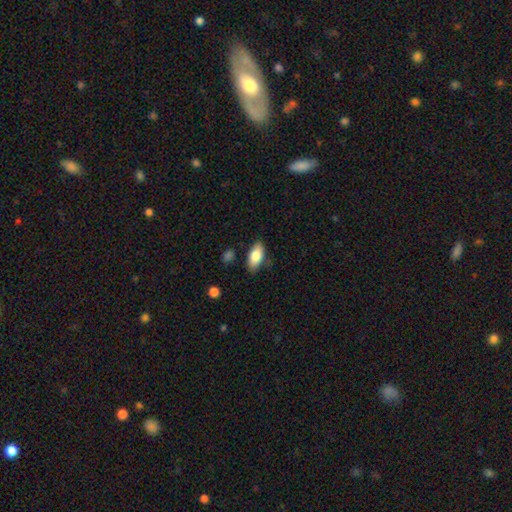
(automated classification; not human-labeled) Q: Smooth or featured?
A: smooth (81%); runner-up: featured or disk (13%)
Q: How rounded?
A: in between (89%); runner-up: cigar-shaped (8%)
Q: Merging?
A: none (81%); runner-up: minor disturbance (14%)